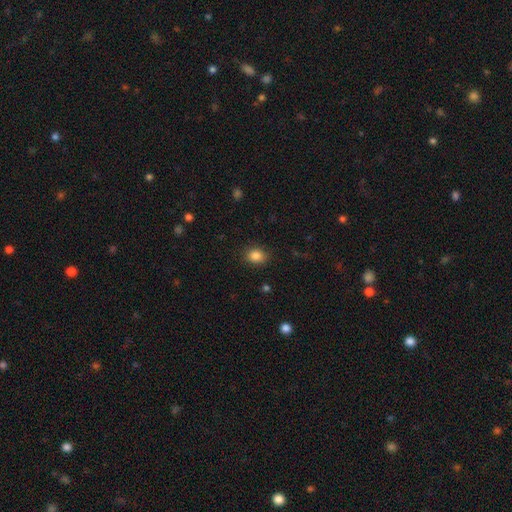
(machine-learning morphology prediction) Overall: smooth (85%). How rounded: in between (52%; round 47%). Merging: none (86%).